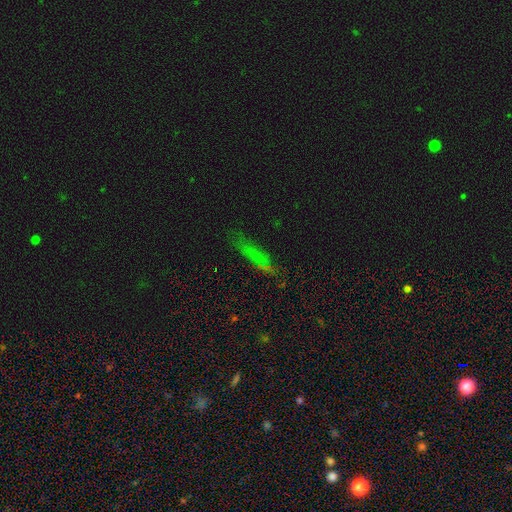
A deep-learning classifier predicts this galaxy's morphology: Overall: smooth (52%; featured or disk 26%). How rounded: cigar-shaped (80%). Merging: none (74%).